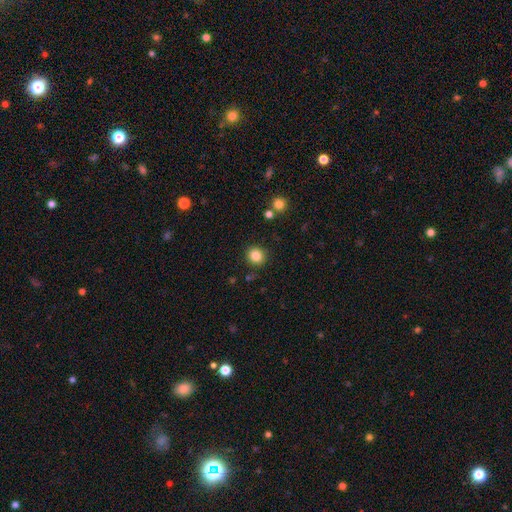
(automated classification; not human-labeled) The model was most divided on "how rounded": round: 84%, in between: 15%, cigar-shaped: 1%. More confident: merging — none (87%); smooth or featured — smooth (85%).